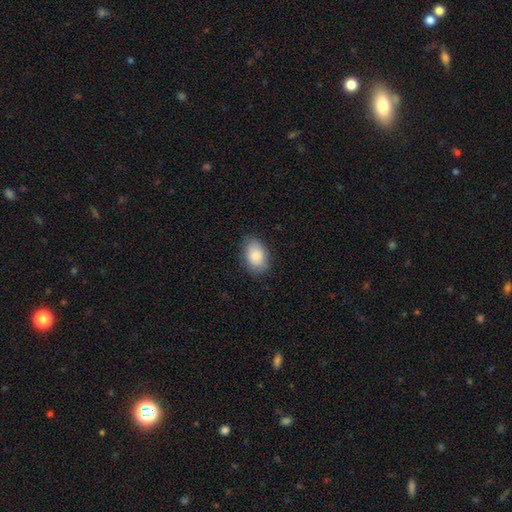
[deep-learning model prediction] Smooth or featured? Predicted: smooth (p=0.86). How rounded? Predicted: in between (p=0.87). Merging? Predicted: none (p=0.79).